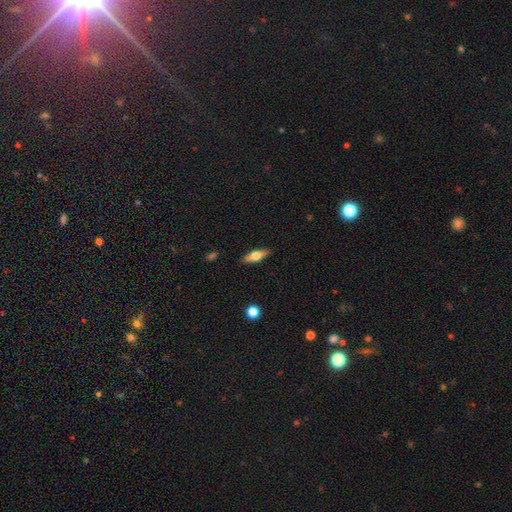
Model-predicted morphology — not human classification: This appears to be a smooth galaxy with no disk features (49%). Merging: none (88%).